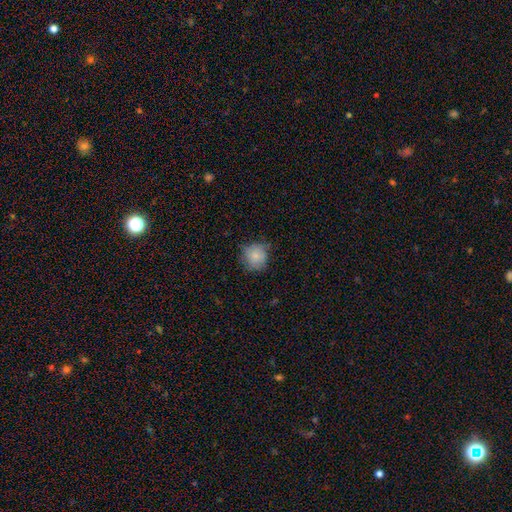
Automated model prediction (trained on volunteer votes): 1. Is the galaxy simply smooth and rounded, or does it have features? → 82% smooth, 10% featured or disk, 8% star or artifact.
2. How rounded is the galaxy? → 87% round, 12% in between, 1% cigar-shaped.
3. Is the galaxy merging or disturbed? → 70% none, 24% minor disturbance, 5% major disturbance, 1% merger.